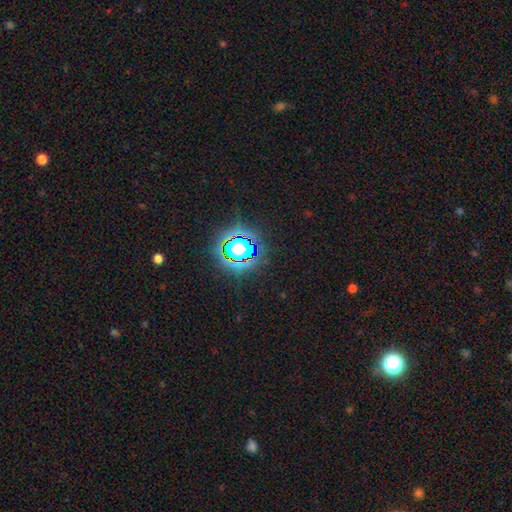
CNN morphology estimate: Smooth or featured?
  - star or artifact: 82% *
  - smooth: 11%
  - featured or disk: 6%